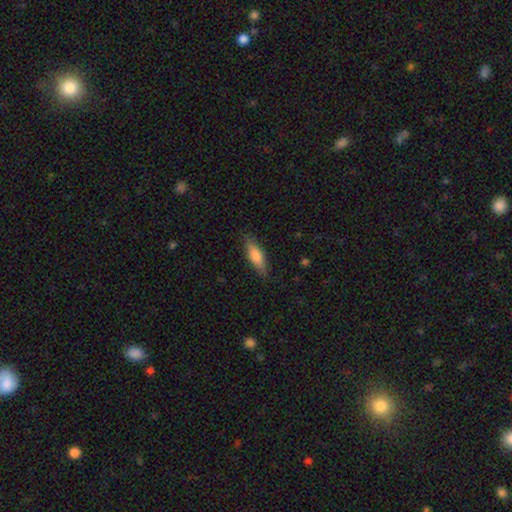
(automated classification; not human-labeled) A smooth galaxy with no disk features (75%) that is in between round and cigar-shaped (52%). Merging: none (83%).